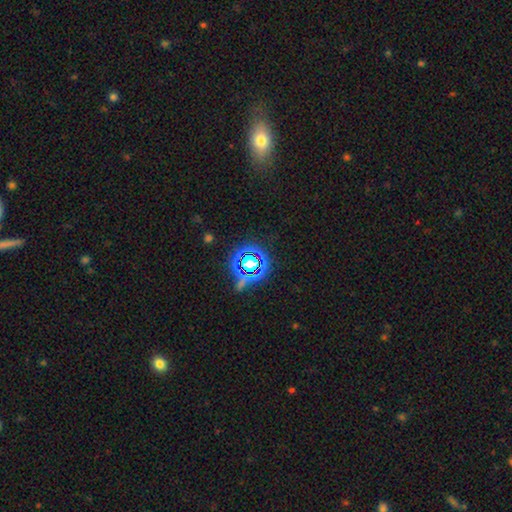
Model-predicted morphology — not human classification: The model was most divided on "smooth or featured": star or artifact: 54%, smooth: 34%, featured or disk: 13%.